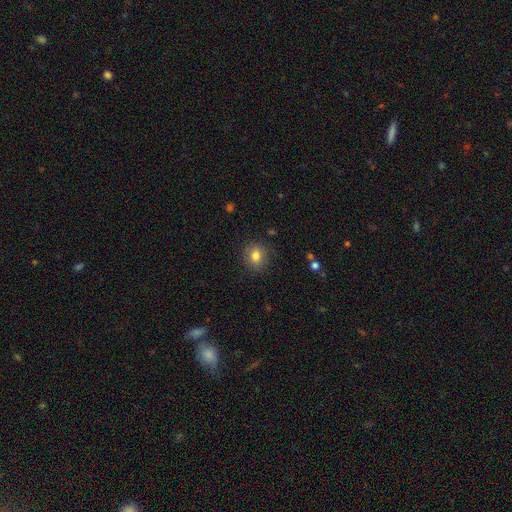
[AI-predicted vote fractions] smooth 81%, star or artifact 11%, featured or disk 9%. Down the decision tree: how rounded — round (77%); merging — none (86%).